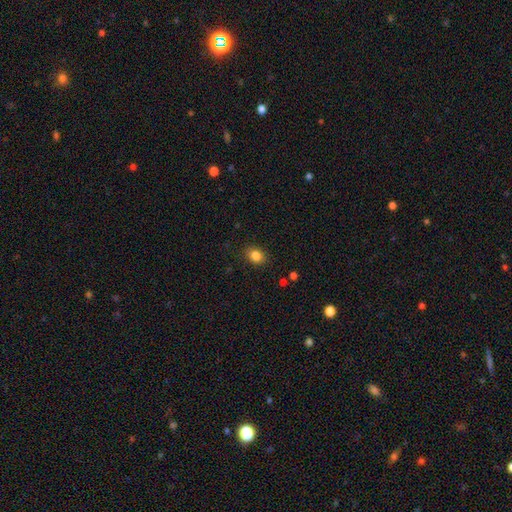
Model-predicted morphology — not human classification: Q: Smooth or featured?
A: smooth (84%); runner-up: star or artifact (10%)
Q: How rounded?
A: in between (50%); runner-up: round (49%)
Q: Merging?
A: none (87%); runner-up: minor disturbance (9%)